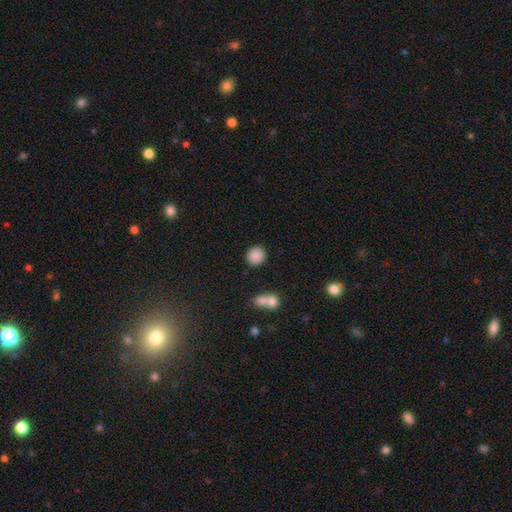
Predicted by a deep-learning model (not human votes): Q: Smooth or featured?
A: smooth (87%); runner-up: star or artifact (9%)
Q: How rounded?
A: round (90%); runner-up: in between (9%)
Q: Merging?
A: none (84%); runner-up: minor disturbance (7%)